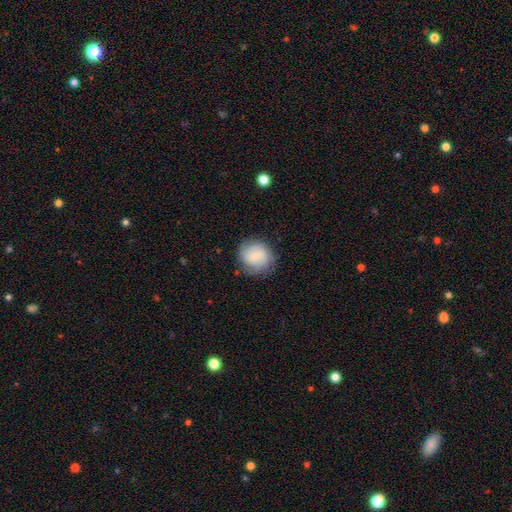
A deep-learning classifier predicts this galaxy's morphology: This appears to be a smooth galaxy with no disk features (70%) that is round (88%). Merging: none (80%).